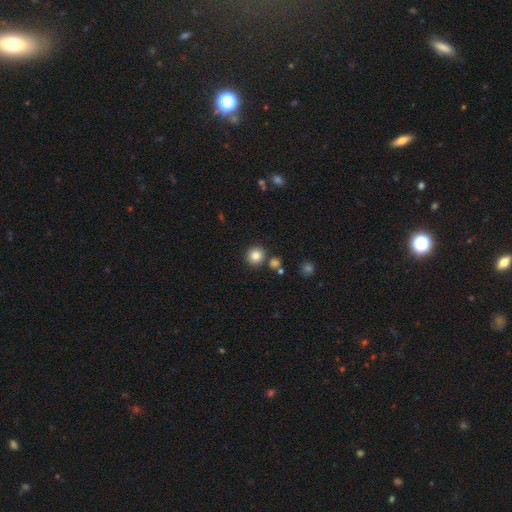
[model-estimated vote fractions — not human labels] Smooth or featured: smooth — 84% (star or artifact — 11%)
How rounded: round — 91% (in between — 8%)
Merging: none — 82% (minor disturbance — 8%)